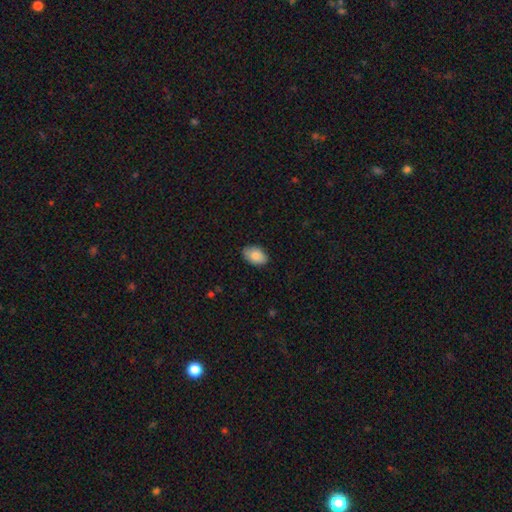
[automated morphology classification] Smooth or featured?
  - smooth: 84% *
  - featured or disk: 9%
  - star or artifact: 6%
How rounded?
  - in between: 88% *
  - round: 11%
  - cigar-shaped: 1%
Merging?
  - none: 85% *
  - minor disturbance: 12%
  - major disturbance: 2%
  - merger: 1%